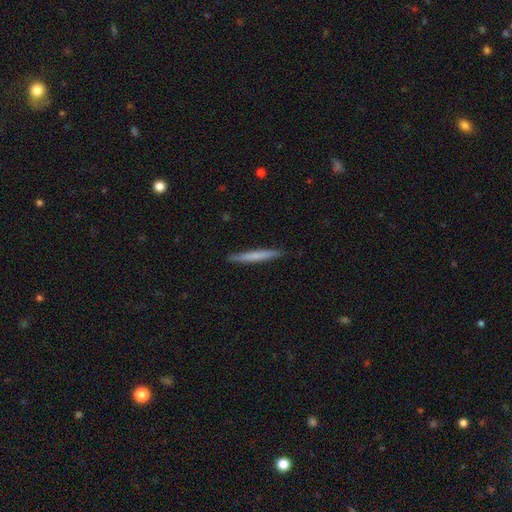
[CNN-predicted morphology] Smooth or featured? Predicted: smooth (p=0.66). How rounded? Predicted: cigar-shaped (p=0.97). Merging? Predicted: none (p=0.90).